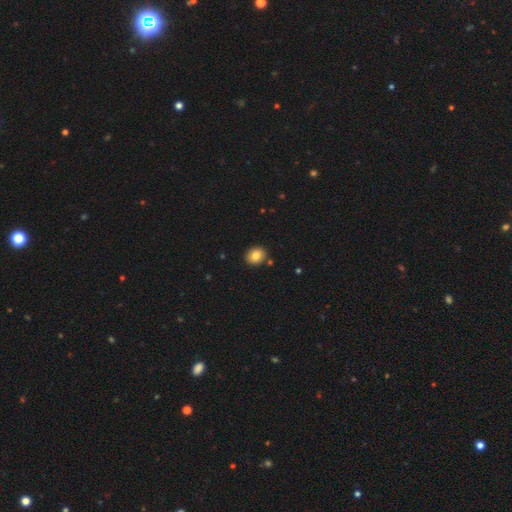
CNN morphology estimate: smooth_or_featured: smooth (p=0.84) [alt: star or artifact p=0.09]
how_rounded: round (p=0.58) [alt: in between p=0.41]
merging: none (p=0.87) [alt: minor disturbance p=0.08]